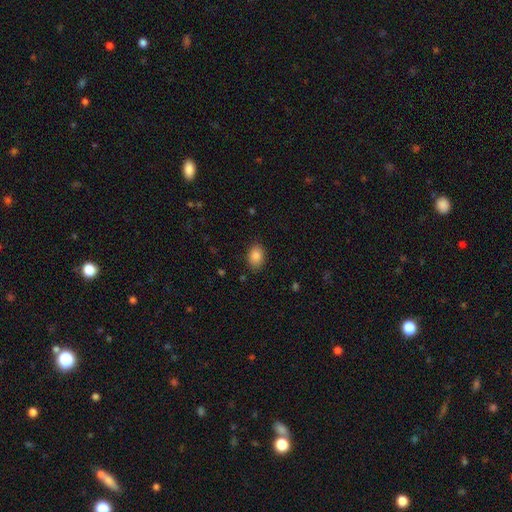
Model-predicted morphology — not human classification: This is clearly a smooth galaxy (87%). How rounded: likely in between (79%). Merging: clearly none (86%).